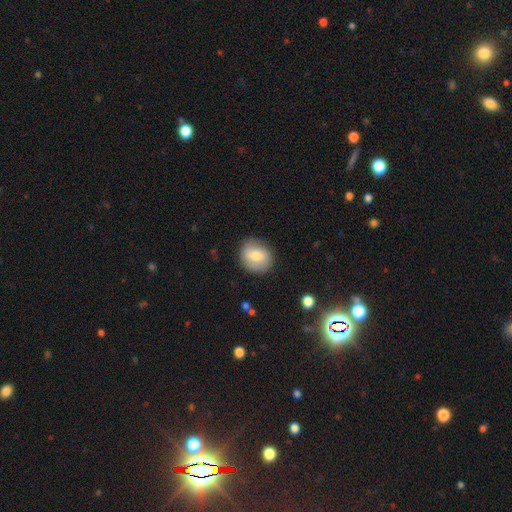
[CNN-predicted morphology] Smooth or featured?
  - smooth: 70% *
  - featured or disk: 22%
  - star or artifact: 7%
How rounded?
  - round: 72% *
  - in between: 27%
  - cigar-shaped: 1%
Merging?
  - none: 84% *
  - minor disturbance: 11%
  - major disturbance: 3%
  - merger: 1%